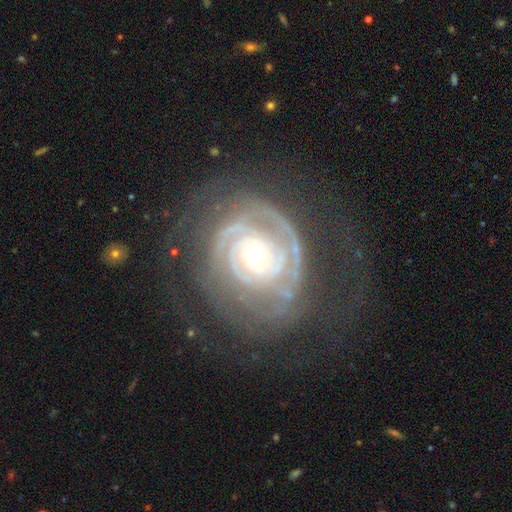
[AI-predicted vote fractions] featured or disk 88%, smooth 7%, star or artifact 6%. Down the decision tree: edge-on disk — no (97%); bar — no (75%); spiral arms — yes (95%); spiral arm count — 2 (31%); spiral winding — tight (77%); bulge size — small (56%); merging — none (61%).